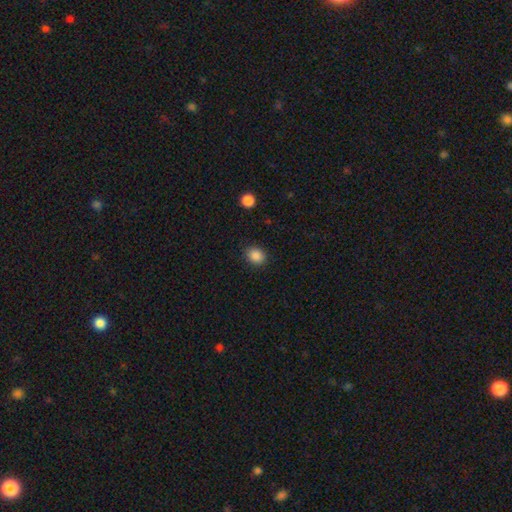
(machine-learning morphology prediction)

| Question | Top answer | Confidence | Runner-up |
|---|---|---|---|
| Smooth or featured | smooth | 87% | star or artifact (10%) |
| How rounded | round | 57% | in between (42%) |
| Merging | none | 88% | minor disturbance (9%) |